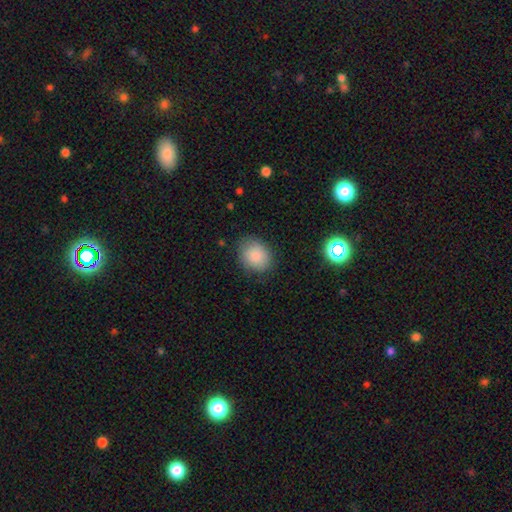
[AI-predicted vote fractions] Smooth or featured? smooth (83%)
How rounded? round (54%)
Merging? none (79%)